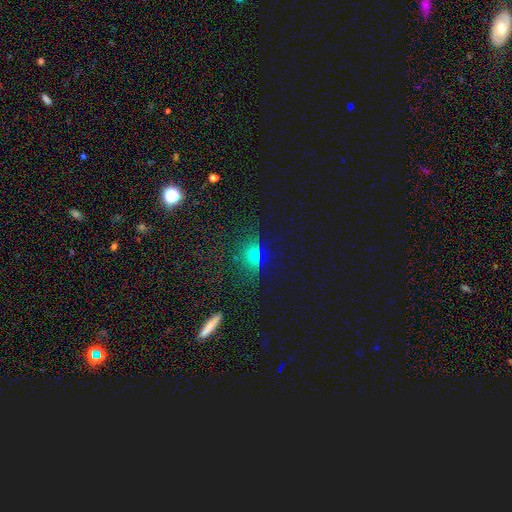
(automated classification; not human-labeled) smooth-or-featured: smooth: 54% | star or artifact: 34% | featured or disk: 12%
  how-rounded: in between: 52% | round: 42% | cigar-shaped: 7%
  merging: none: 76% | minor disturbance: 14% | major disturbance: 6% | merger: 4%